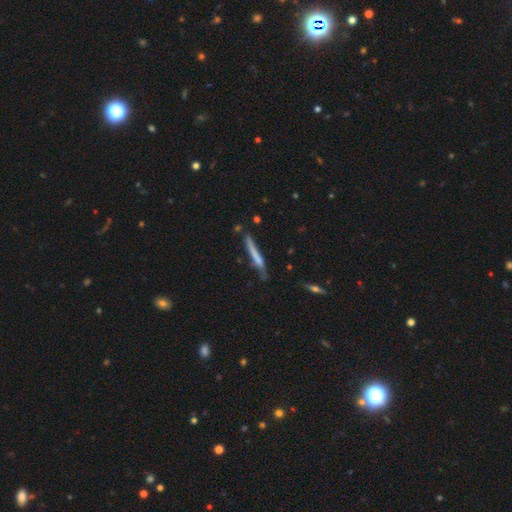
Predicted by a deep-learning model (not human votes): Smooth or featured: smooth — 58% (featured or disk — 36%)
How rounded: cigar-shaped — 95% (in between — 3%)
Merging: none — 65% (minor disturbance — 26%)